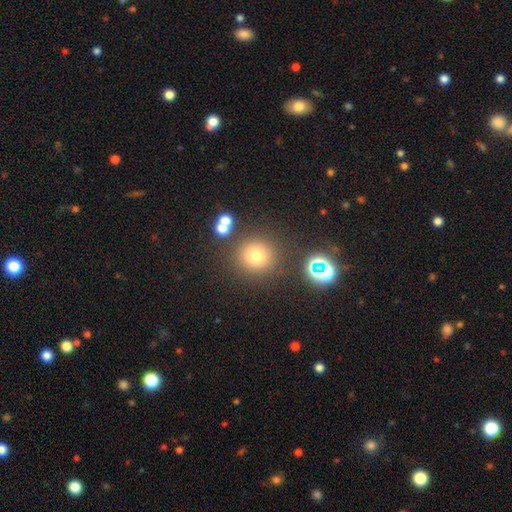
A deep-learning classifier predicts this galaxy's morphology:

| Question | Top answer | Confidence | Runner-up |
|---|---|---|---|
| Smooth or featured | smooth | 73% | star or artifact (18%) |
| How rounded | round | 93% | in between (6%) |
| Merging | none | 82% | minor disturbance (8%) |